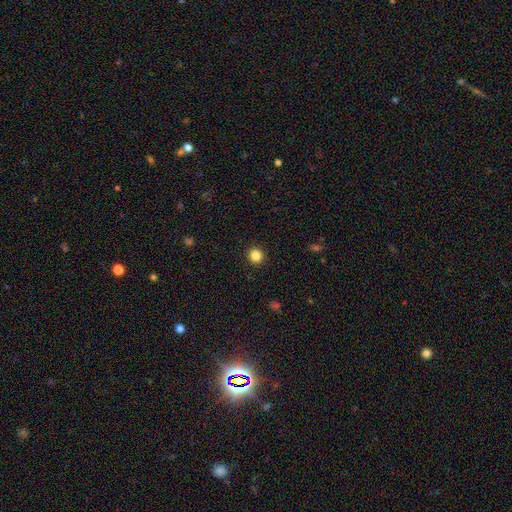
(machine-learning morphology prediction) A smooth galaxy with no disk features (85%) that is round (91%). Merging: none (93%).